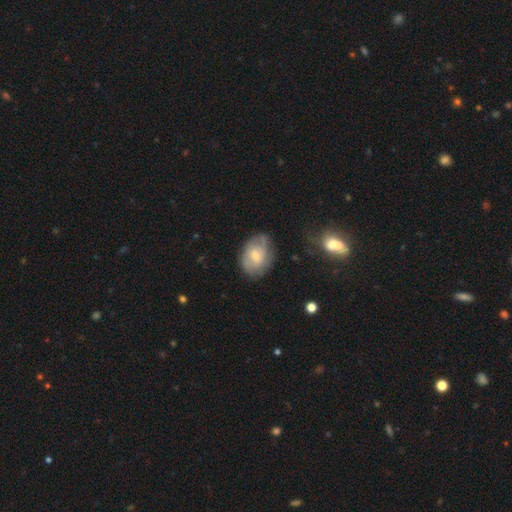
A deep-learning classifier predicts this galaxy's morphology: Smooth or featured?
  - smooth: 55% *
  - featured or disk: 38%
  - star or artifact: 7%
How rounded?
  - in between: 71% *
  - round: 27%
  - cigar-shaped: 1%
Merging?
  - none: 61% *
  - minor disturbance: 27%
  - major disturbance: 10%
  - merger: 2%